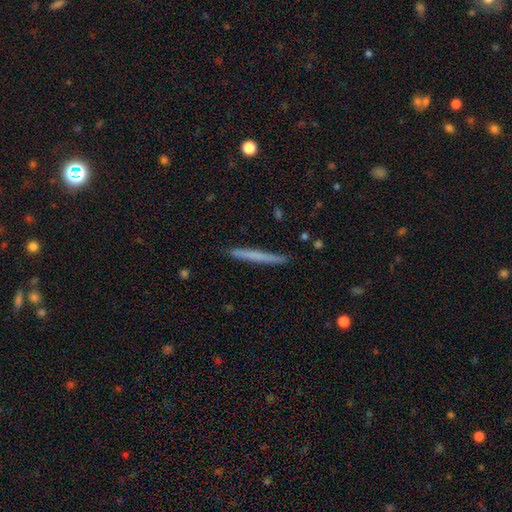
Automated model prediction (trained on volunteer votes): Smooth or featured?
  - smooth: 59% *
  - featured or disk: 35%
  - star or artifact: 6%
How rounded?
  - cigar-shaped: 97% *
  - in between: 2%
  - round: 1%
Merging?
  - none: 90% *
  - minor disturbance: 7%
  - major disturbance: 1%
  - merger: 1%